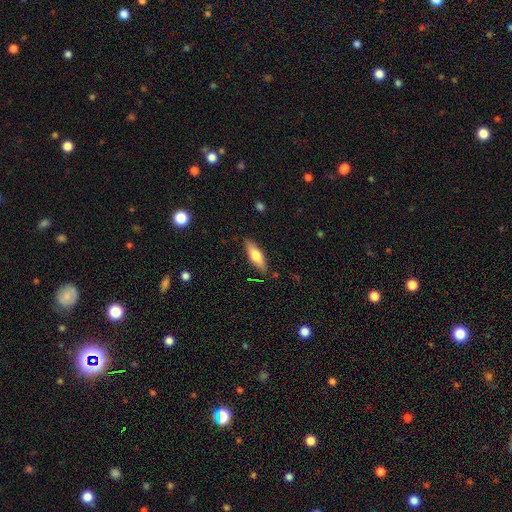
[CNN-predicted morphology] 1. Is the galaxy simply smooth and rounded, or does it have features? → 66% smooth, 28% featured or disk, 6% star or artifact.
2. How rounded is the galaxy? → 58% in between, 39% cigar-shaped, 2% round.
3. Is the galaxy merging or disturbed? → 85% none, 11% minor disturbance, 2% major disturbance, 1% merger.